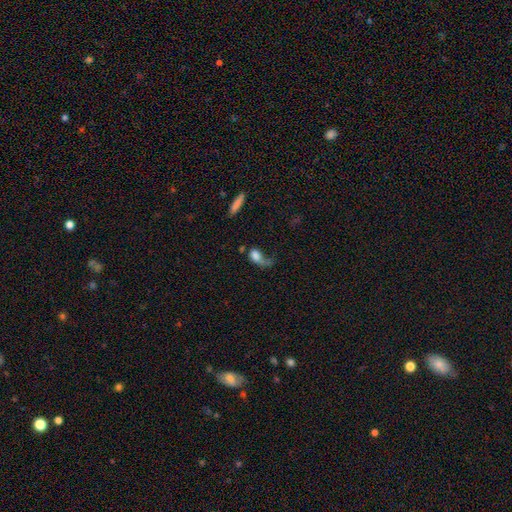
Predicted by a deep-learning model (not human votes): smooth-or-featured: smooth: 63% | featured or disk: 27% | star or artifact: 10%
  how-rounded: in between: 73% | round: 20% | cigar-shaped: 7%
  merging: major disturbance: 51% | none: 22% | minor disturbance: 18% | merger: 9%